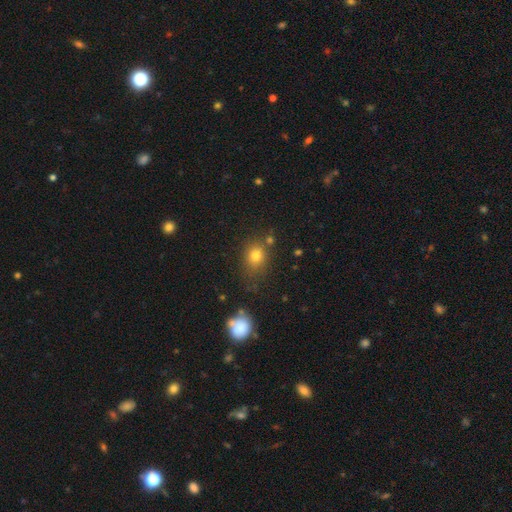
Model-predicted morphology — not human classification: Smooth or featured: smooth — 76% (star or artifact — 15%)
How rounded: round — 56% (in between — 43%)
Merging: none — 68% (minor disturbance — 17%)